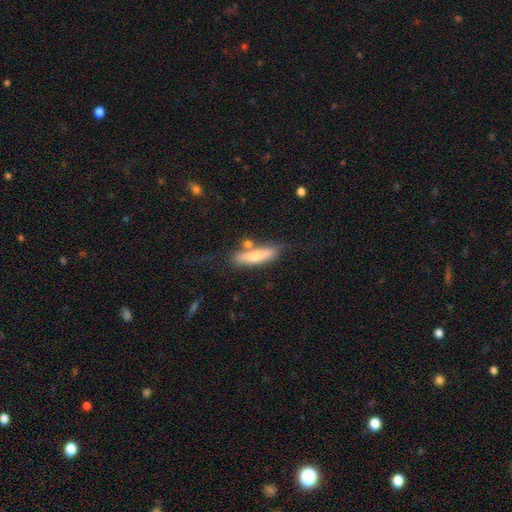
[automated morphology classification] type=smooth (66%); roundness=cigar-shaped (75%); merging=none (58%).